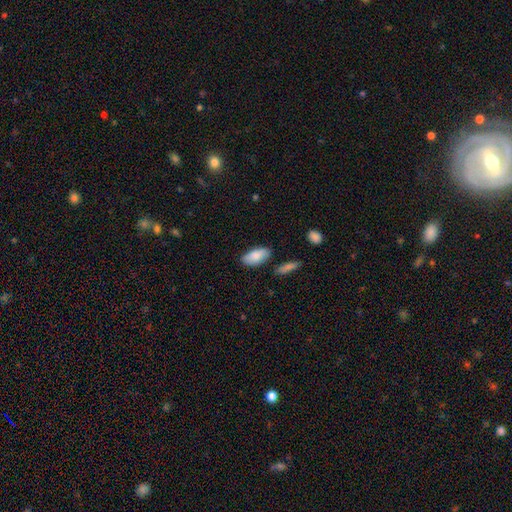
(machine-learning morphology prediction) Smooth or featured: smooth — 84% (featured or disk — 10%)
How rounded: in between — 91% (cigar-shaped — 6%)
Merging: none — 78% (minor disturbance — 15%)